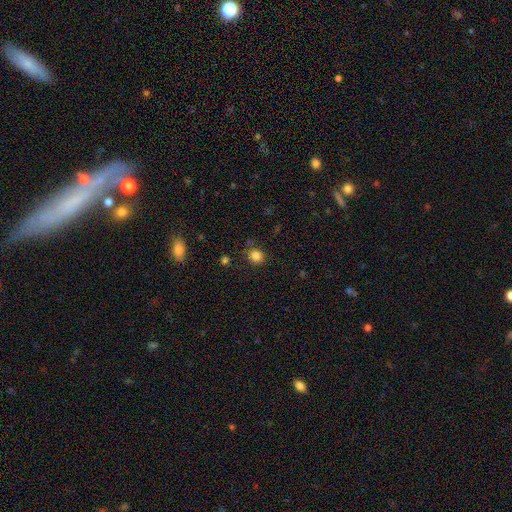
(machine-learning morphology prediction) smooth-or-featured: smooth: 84% | star or artifact: 12% | featured or disk: 4%
  how-rounded: round: 89% | in between: 10% | cigar-shaped: 1%
  merging: none: 84% | minor disturbance: 10% | major disturbance: 3% | merger: 3%